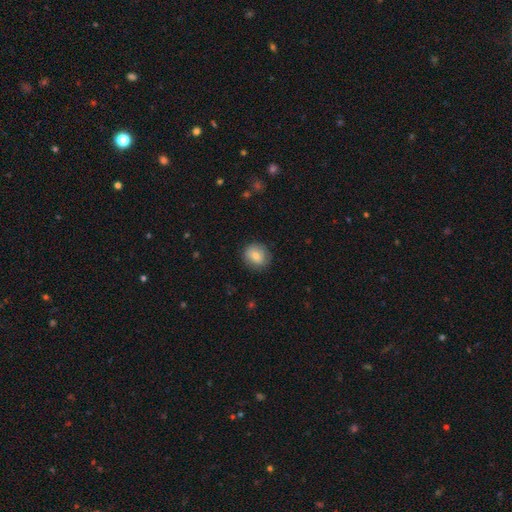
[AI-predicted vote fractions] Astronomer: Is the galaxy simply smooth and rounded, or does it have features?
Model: smooth — 73%.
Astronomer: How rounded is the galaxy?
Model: round — 78%.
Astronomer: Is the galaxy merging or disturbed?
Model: none — 82%.